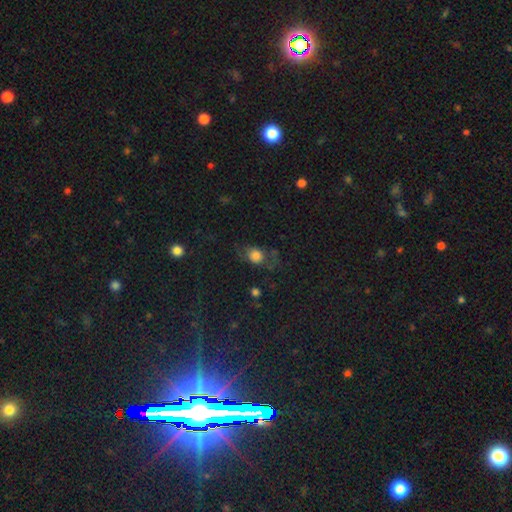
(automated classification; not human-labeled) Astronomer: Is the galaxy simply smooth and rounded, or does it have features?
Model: smooth — 70%.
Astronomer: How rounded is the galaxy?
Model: round — 51% (runner-up: in between, 46%).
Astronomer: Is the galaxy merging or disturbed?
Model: none — 59%.